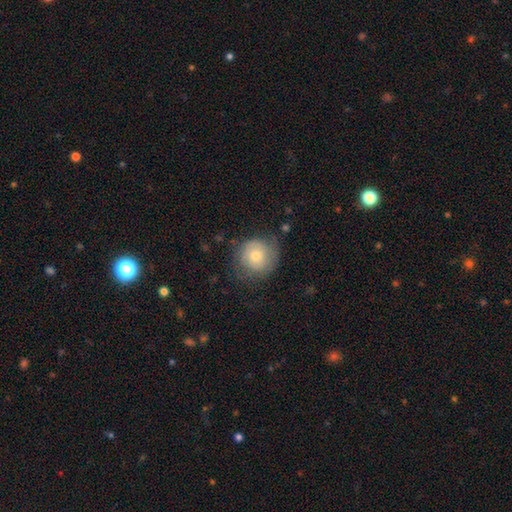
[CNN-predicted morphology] smooth-or-featured: smooth: 61% | featured or disk: 30% | star or artifact: 8%
  how-rounded: round: 90% | in between: 9% | cigar-shaped: 1%
  merging: none: 69% | minor disturbance: 22% | major disturbance: 8% | merger: 1%